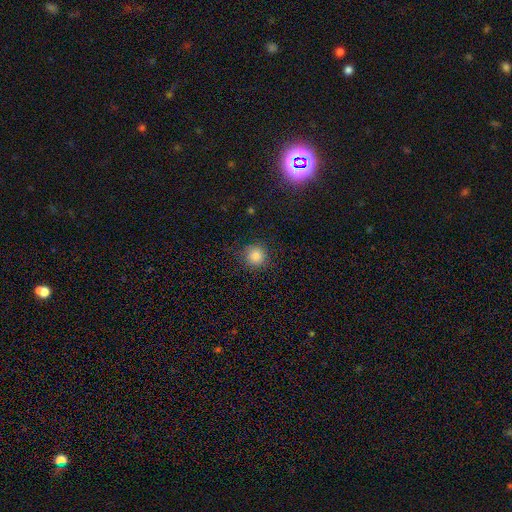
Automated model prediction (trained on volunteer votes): This is clearly a smooth galaxy (83%). How rounded: clearly round (93%). Merging: clearly none (87%).